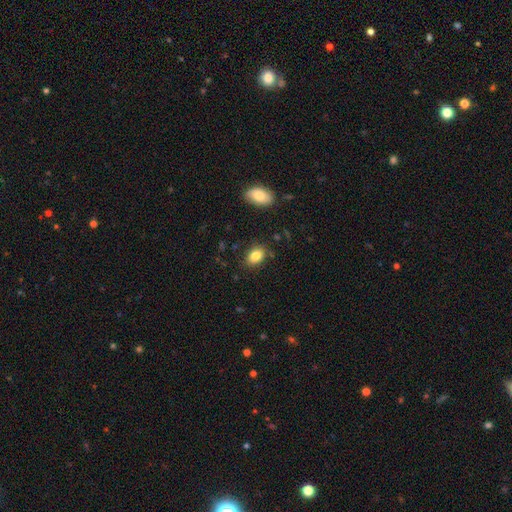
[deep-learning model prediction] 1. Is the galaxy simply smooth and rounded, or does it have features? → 84% smooth, 9% star or artifact, 7% featured or disk.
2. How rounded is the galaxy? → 77% in between, 22% round, 1% cigar-shaped.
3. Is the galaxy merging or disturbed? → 83% none, 12% minor disturbance, 3% major disturbance, 2% merger.